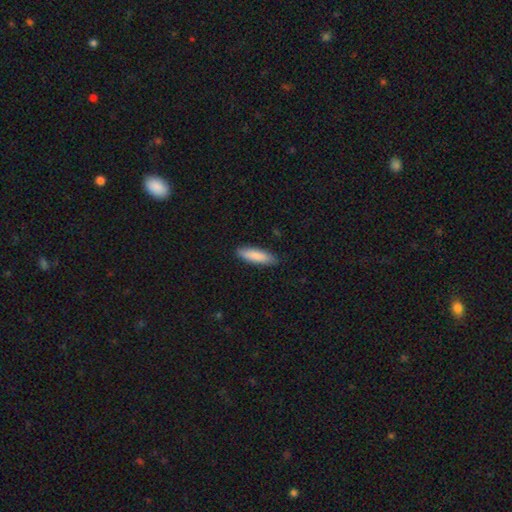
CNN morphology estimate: Q: Smooth or featured?
A: smooth (86%); runner-up: featured or disk (8%)
Q: How rounded?
A: cigar-shaped (62%); runner-up: in between (36%)
Q: Merging?
A: none (87%); runner-up: minor disturbance (10%)